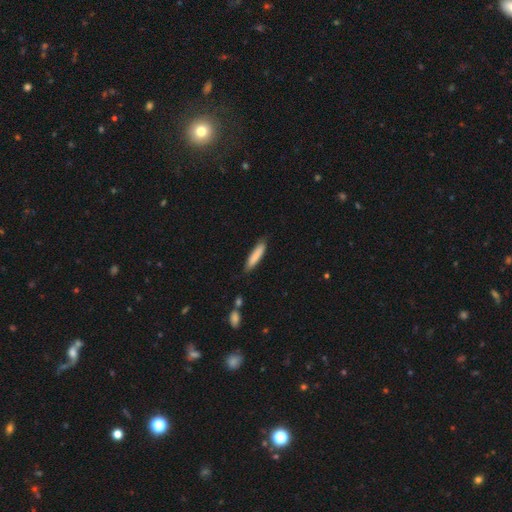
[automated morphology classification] Smooth or featured: smooth — 84% (featured or disk — 10%)
How rounded: cigar-shaped — 84% (in between — 15%)
Merging: none — 82% (minor disturbance — 14%)